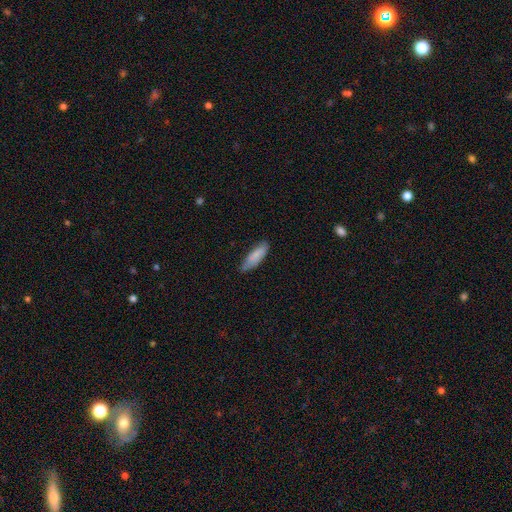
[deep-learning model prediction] The model was most divided on "how rounded": in between: 53%, cigar-shaped: 46%, round: 2%. More confident: smooth or featured — smooth (81%); merging — none (75%).